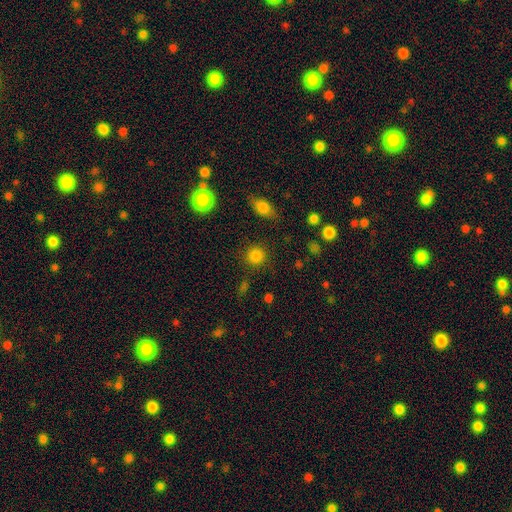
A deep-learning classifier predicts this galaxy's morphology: A smooth galaxy with no disk features (83%) that is round (91%).

Vote fractions:
- Smooth or featured? smooth: 83% / star or artifact: 12% / featured or disk: 5%
- How rounded? round: 91% / in between: 8% / cigar-shaped: 1%
- Merging? none: 87% / minor disturbance: 7% / major disturbance: 3% / merger: 2%